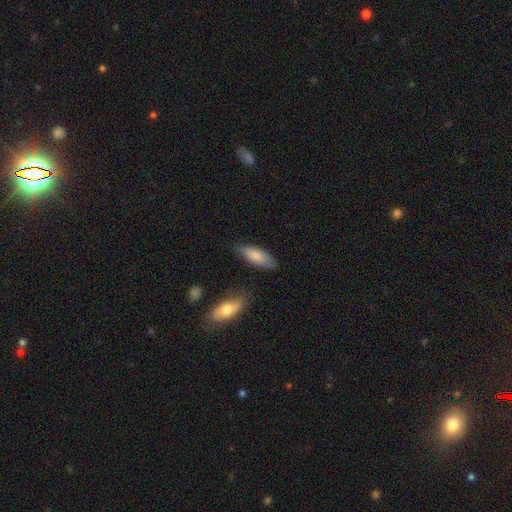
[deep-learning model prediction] Smooth or featured: smooth — 80% (featured or disk — 14%)
How rounded: in between — 69% (cigar-shaped — 29%)
Merging: none — 74% (minor disturbance — 19%)